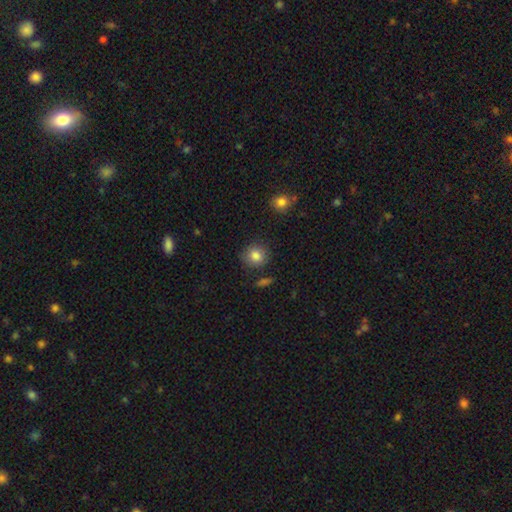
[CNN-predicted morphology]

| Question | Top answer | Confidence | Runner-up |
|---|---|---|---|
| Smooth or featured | smooth | 84% | star or artifact (9%) |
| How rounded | round | 84% | in between (15%) |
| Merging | none | 82% | minor disturbance (12%) |